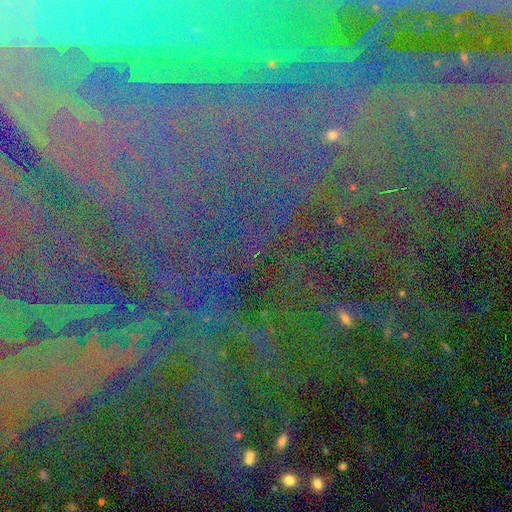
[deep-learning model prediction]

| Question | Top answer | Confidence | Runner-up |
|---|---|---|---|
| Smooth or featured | star or artifact | 85% | smooth (8%) |